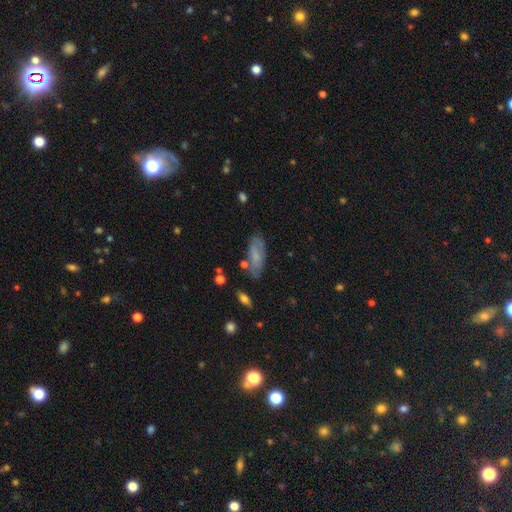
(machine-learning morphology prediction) Overall: smooth (55%; featured or disk 37%). How rounded: in between (75%). Merging: none (70%).